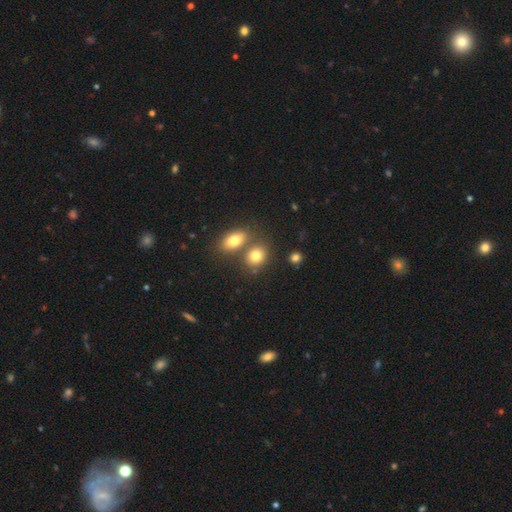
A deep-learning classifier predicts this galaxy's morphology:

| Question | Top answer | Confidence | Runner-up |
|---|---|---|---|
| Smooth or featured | smooth | 79% | star or artifact (10%) |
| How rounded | in between | 51% | round (48%) |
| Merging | none | 55% | merger (32%) |